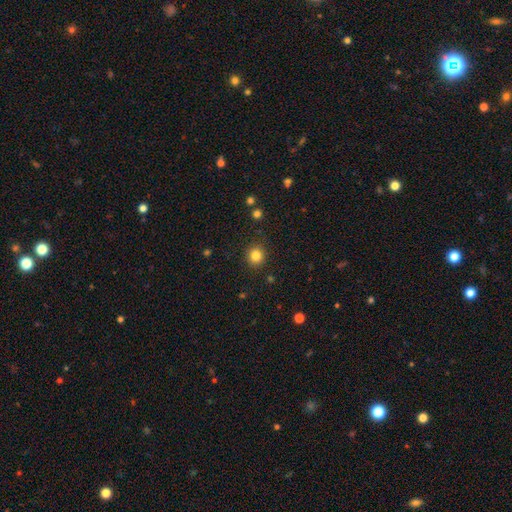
smooth-or-featured: smooth: 90% | star or artifact: 8% | featured or disk: 2%
  how-rounded: round: 94% | in between: 6% | cigar-shaped: 0%
  merging: none: 95% | minor disturbance: 5% | major disturbance: 0% | merger: 0%